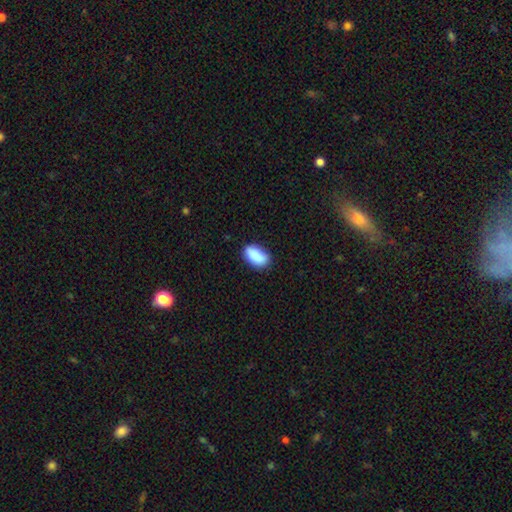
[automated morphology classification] Smooth or featured: smooth — 89% (star or artifact — 7%)
How rounded: in between — 93% (round — 4%)
Merging: none — 80% (minor disturbance — 16%)